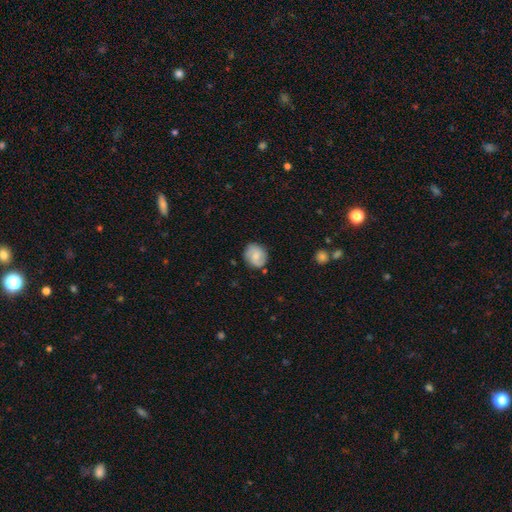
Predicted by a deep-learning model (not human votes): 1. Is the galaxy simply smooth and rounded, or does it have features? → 58% smooth, 35% featured or disk, 8% star or artifact.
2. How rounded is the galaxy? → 74% round, 25% in between, 1% cigar-shaped.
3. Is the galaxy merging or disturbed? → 80% none, 15% minor disturbance, 3% major disturbance, 2% merger.